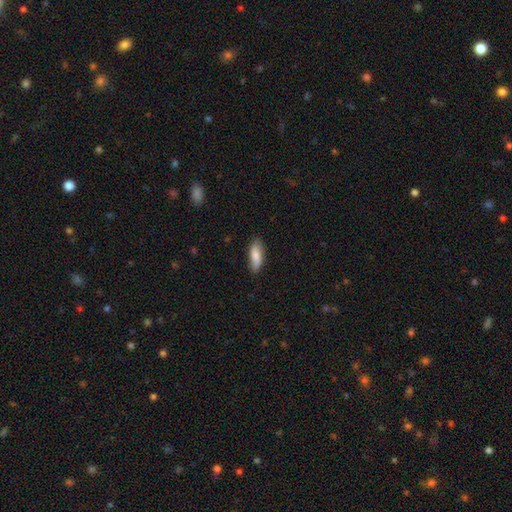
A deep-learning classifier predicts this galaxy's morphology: Smooth or featured? smooth (80%)
How rounded? in between (72%)
Merging? none (79%)